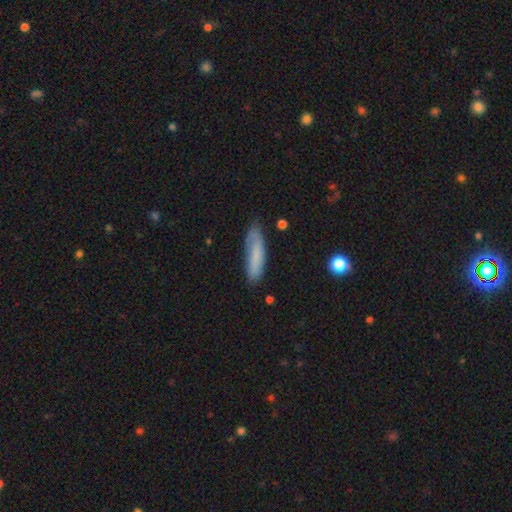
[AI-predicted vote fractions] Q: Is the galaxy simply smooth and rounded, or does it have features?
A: smooth — 73%.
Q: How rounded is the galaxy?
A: cigar-shaped — 67%.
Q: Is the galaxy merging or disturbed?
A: none — 72%.